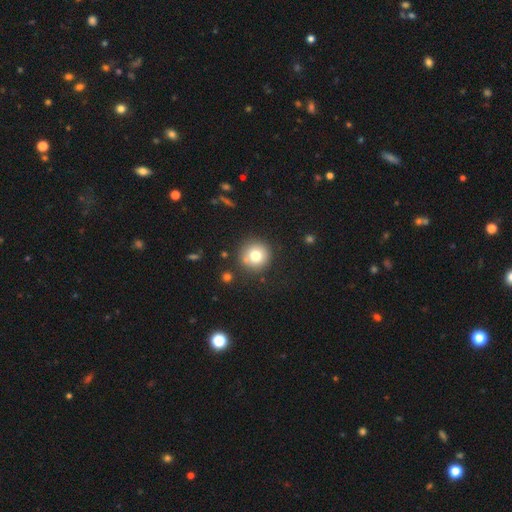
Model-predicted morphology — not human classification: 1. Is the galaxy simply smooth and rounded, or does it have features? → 75% smooth, 13% featured or disk, 12% star or artifact.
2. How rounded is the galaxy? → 95% round, 4% in between, 1% cigar-shaped.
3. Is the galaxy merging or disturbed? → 85% none, 8% minor disturbance, 4% merger, 3% major disturbance.